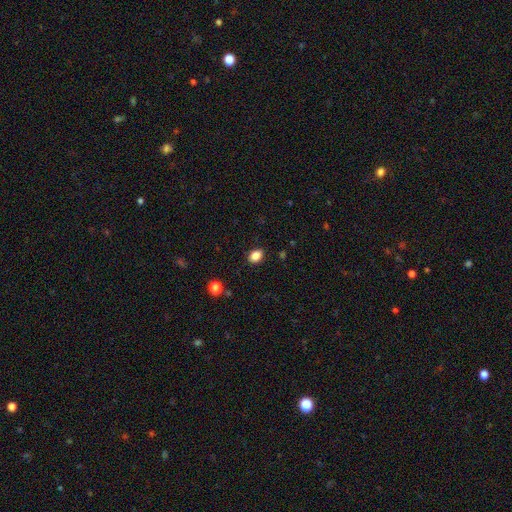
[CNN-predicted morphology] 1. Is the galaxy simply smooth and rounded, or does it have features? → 86% smooth, 10% star or artifact, 4% featured or disk.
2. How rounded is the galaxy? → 68% in between, 31% round, 1% cigar-shaped.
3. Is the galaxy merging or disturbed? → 89% none, 8% minor disturbance, 2% major disturbance, 1% merger.